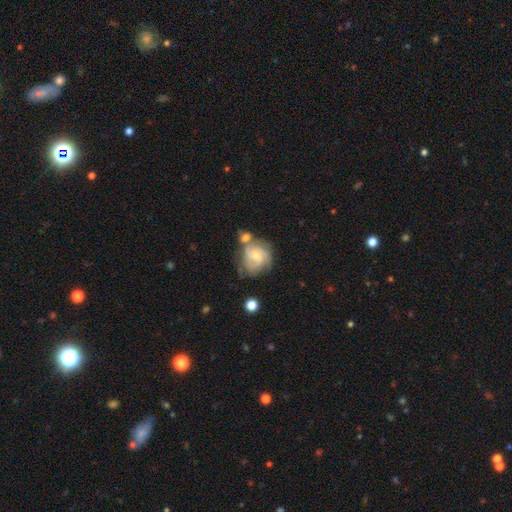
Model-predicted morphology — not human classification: Overall: featured or disk (62%; smooth 30%). Edge-on disk: no (97%). Bar: no (68%). Spiral arms: yes (83%). Spiral arm count: can't tell (37%; 2 27%). Spiral winding: tight (51%; medium 36%). Bulge size: small (55%; moderate 40%). Merging: none (38%; merger 27%).